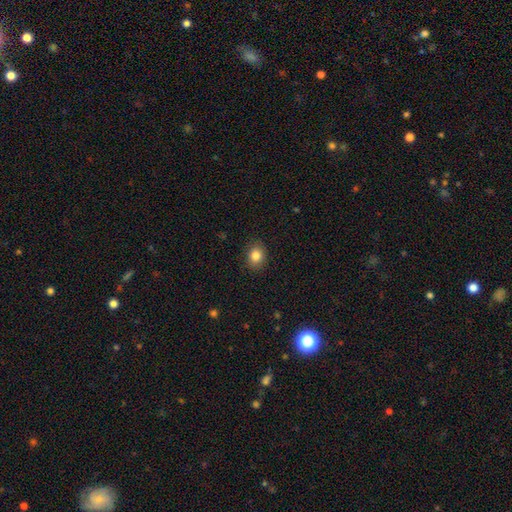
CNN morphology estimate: The model was most divided on "how rounded": round: 53%, in between: 46%, cigar-shaped: 1%. More confident: merging — none (87%); smooth or featured — smooth (84%).